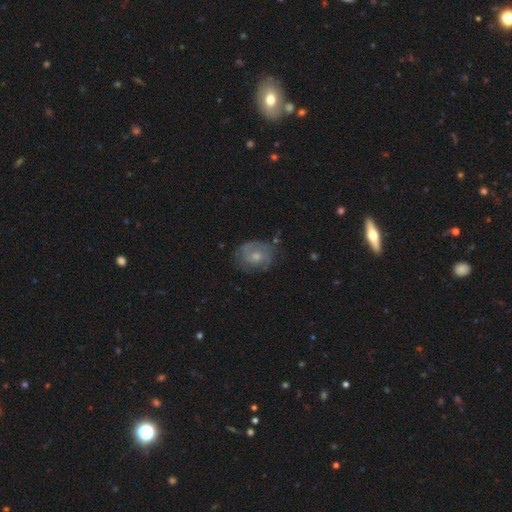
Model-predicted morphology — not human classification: type=featured or disk (61%); edge-on=no (97%); bar=no (73%); spiral arms=yes (79%); bulge=moderate (49%); merging=none (64%).